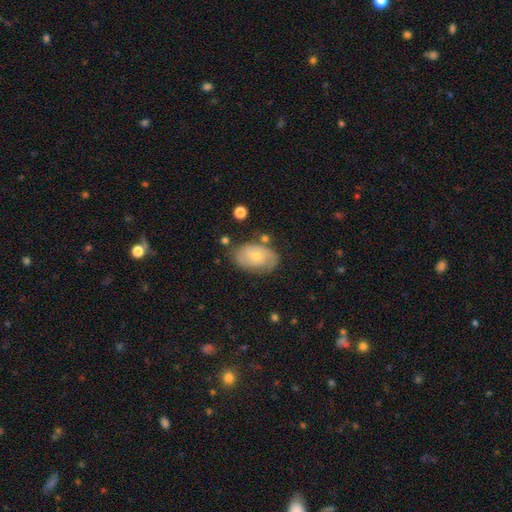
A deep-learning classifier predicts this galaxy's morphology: This appears to be a featured or disk galaxy (57%) with no bar (74%), spiral arms (79%) and a small central bulge (57%). Merging: none (70%).